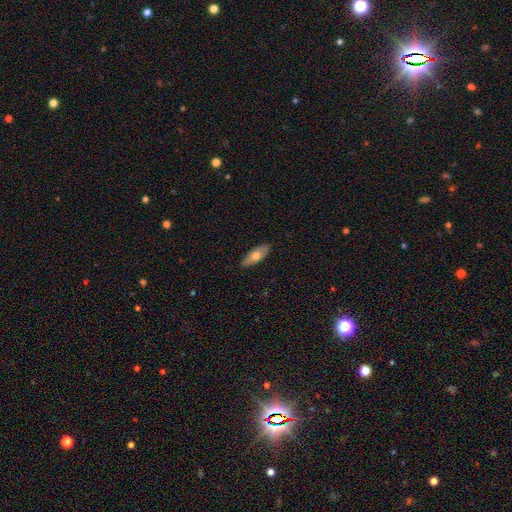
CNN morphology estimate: Q: Smooth or featured?
A: smooth (62%); runner-up: featured or disk (32%)
Q: How rounded?
A: in between (72%); runner-up: cigar-shaped (25%)
Q: Merging?
A: none (87%); runner-up: minor disturbance (10%)